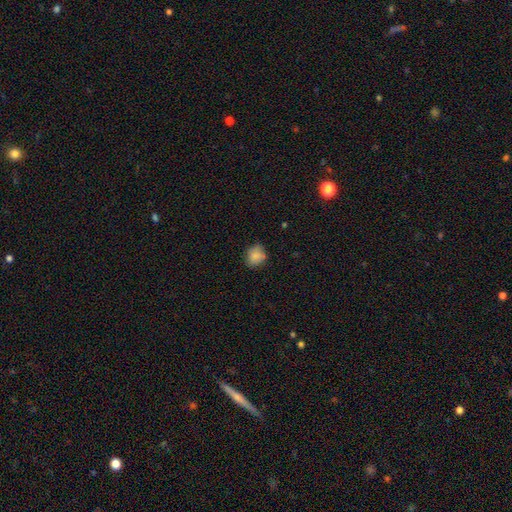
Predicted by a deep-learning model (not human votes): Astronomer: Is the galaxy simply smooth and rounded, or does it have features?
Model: smooth — 84%.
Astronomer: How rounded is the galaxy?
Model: round — 64%.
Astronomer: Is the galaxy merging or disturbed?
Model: none — 75%.